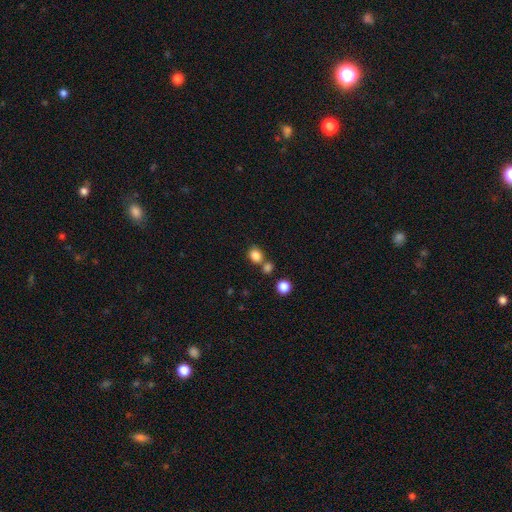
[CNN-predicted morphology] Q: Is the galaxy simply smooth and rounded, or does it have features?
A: smooth — 83%.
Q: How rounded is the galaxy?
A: round — 61%.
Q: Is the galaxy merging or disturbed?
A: none — 61%.